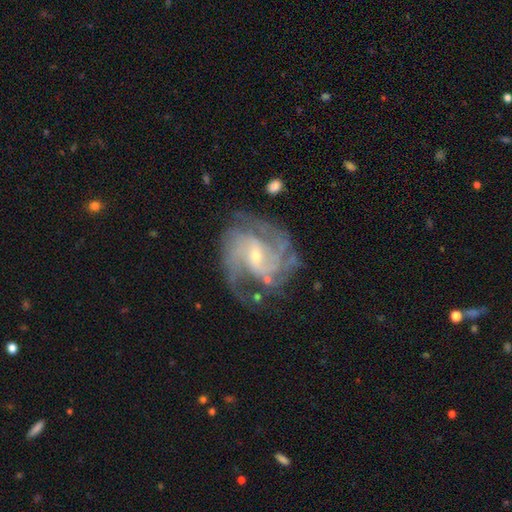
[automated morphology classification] type=featured or disk (90%); edge-on=no (98%); bar=weak (46%); spiral arms=yes (97%); winding=medium (48%); arm count=2 (34%); bulge=small (70%); merging=none (69%).